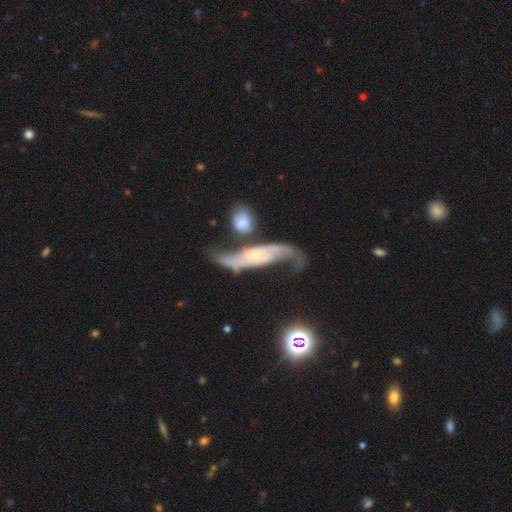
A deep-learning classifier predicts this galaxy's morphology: smooth-or-featured: featured or disk: 84% | smooth: 10% | star or artifact: 6%
  disk-edge-on: no: 84% | yes: 16%
    bar: no: 50% | weak: 33% | strong: 17%
    has-spiral-arms: yes: 95% | no: 5%
      spiral-winding: loose: 67% | medium: 24% | tight: 8%
      spiral-arm-count: 2: 90% | can't tell: 4% | 1: 3% | 3: 1% | 4: 1% | more than 4: 1%
    bulge-size: small: 61% | moderate: 21% | none: 13% | large: 3% | dominant: 2%
  merging: none: 44% | merger: 22% | minor disturbance: 19% | major disturbance: 15%